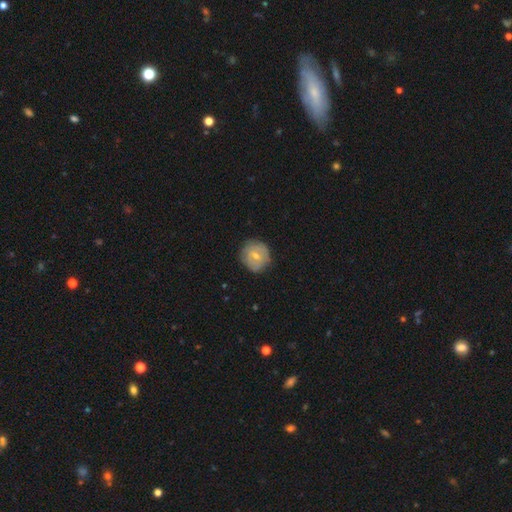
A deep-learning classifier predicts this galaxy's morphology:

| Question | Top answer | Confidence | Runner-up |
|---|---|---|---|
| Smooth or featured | smooth | 48% | featured or disk (45%) |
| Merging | none | 78% | minor disturbance (17%) |